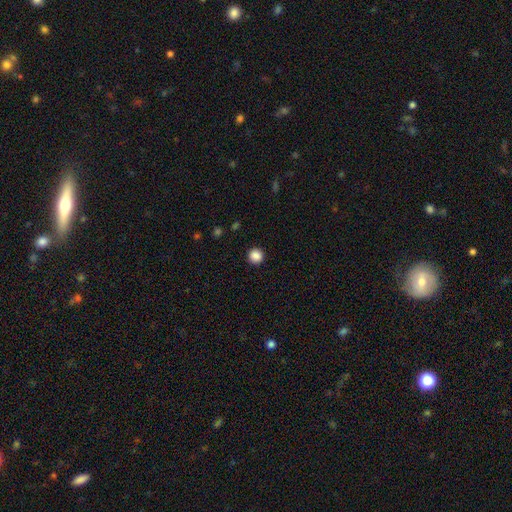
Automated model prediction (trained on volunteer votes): A smooth galaxy with no disk features (87%) that is round (95%). Merging: none (93%).